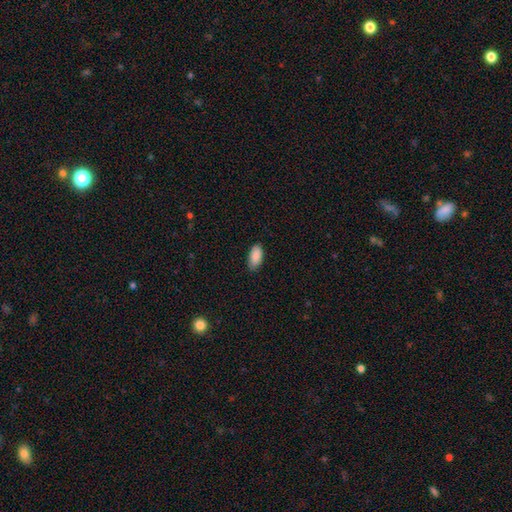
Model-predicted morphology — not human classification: Smooth or featured? Predicted: smooth (p=0.90). How rounded? Predicted: in between (p=0.92). Merging? Predicted: none (p=0.83).